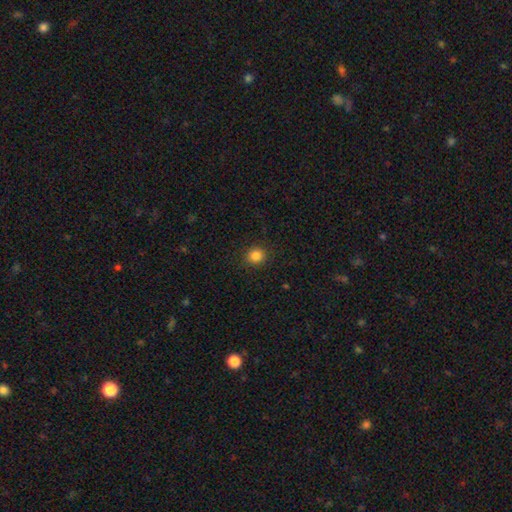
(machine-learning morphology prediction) smooth 84%, star or artifact 12%, featured or disk 4%. Down the decision tree: how rounded — round (89%); merging — none (90%).